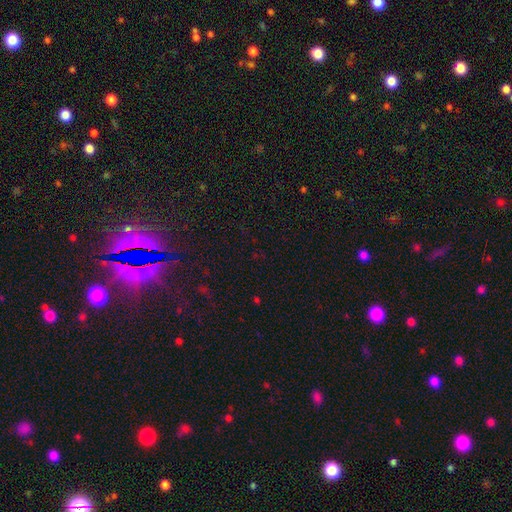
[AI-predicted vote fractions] Morphology: type=star or artifact (72%).